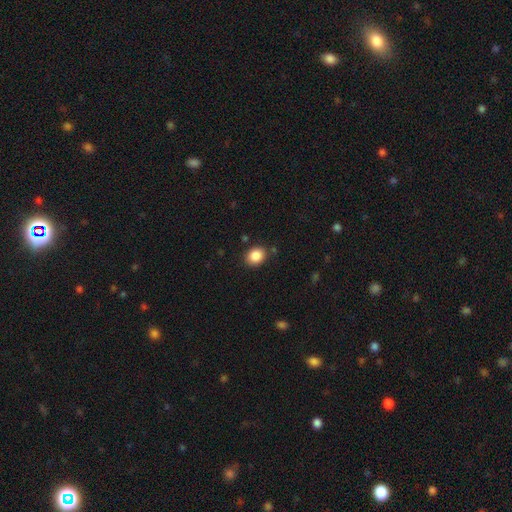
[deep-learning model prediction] This is clearly a smooth galaxy (87%). How rounded: possibly round (56%). Merging: clearly none (85%).